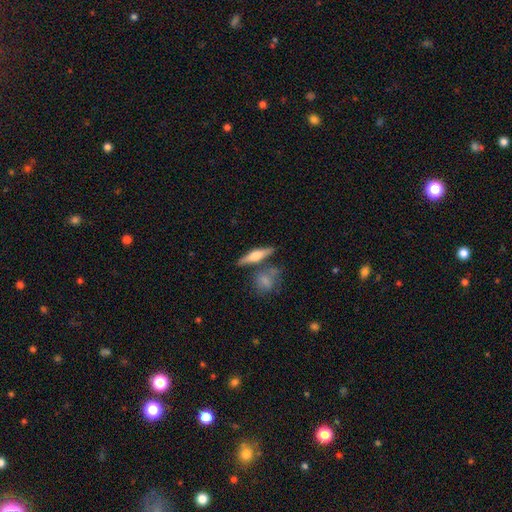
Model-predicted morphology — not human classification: This is possibly a featured or disk galaxy (58%). It is clearly viewed edge-on (94%). Edge-on bulge: clearly rounded (91%). Merging: likely none (73%).